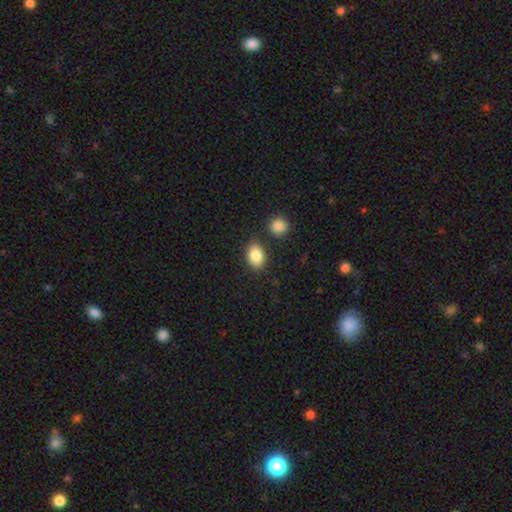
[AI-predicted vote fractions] smooth_or_featured: smooth (p=0.86) [alt: star or artifact p=0.08]
how_rounded: in between (p=0.84) [alt: round p=0.15]
merging: none (p=0.80) [alt: minor disturbance p=0.10]